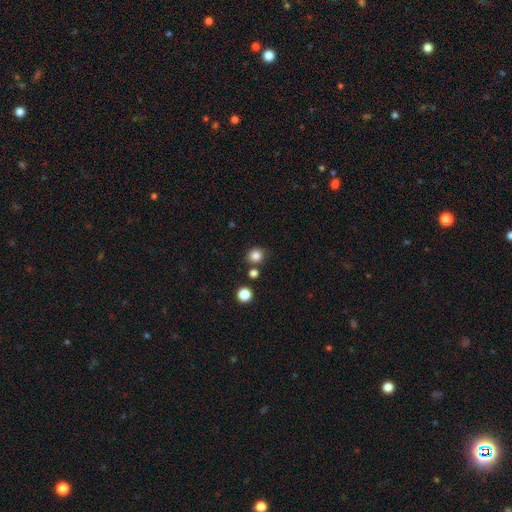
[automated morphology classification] type=smooth (83%); roundness=round (88%); merging=none (81%).